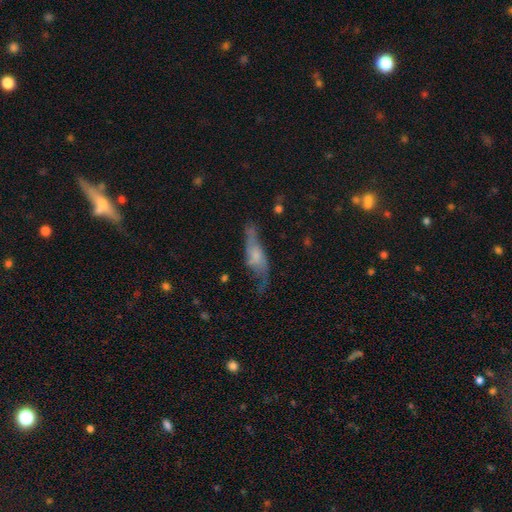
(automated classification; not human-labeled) Overall: featured or disk (52%; smooth 40%). Edge-on disk: no (71%). Merging: none (41%; minor disturbance 30%).